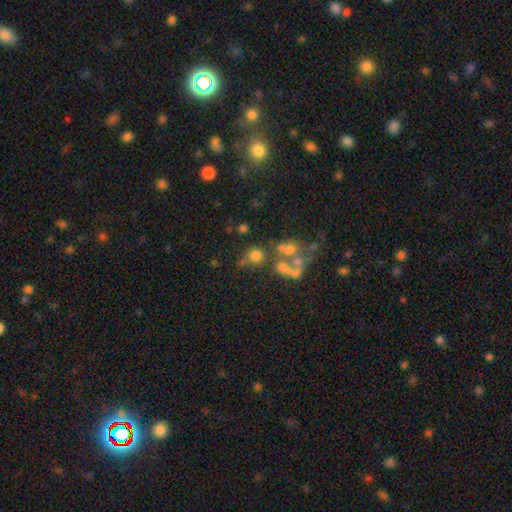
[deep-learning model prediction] A smooth galaxy with no disk features (60%) that is round (81%).

Vote fractions:
- Smooth or featured? smooth: 60% / featured or disk: 21% / star or artifact: 19%
- How rounded? round: 81% / in between: 18% / cigar-shaped: 1%
- Merging? none: 46% / merger: 30% / major disturbance: 12% / minor disturbance: 12%